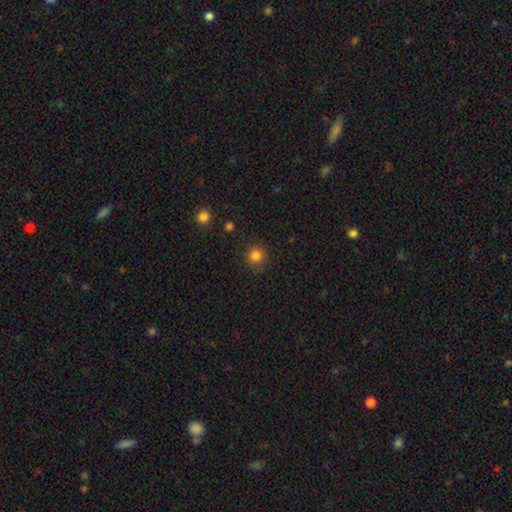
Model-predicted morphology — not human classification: type=smooth (83%); roundness=round (93%); merging=none (87%).